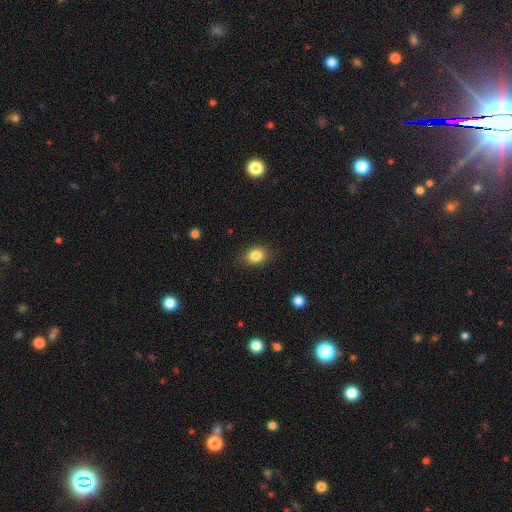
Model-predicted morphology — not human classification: A smooth galaxy with no disk features (84%) that is in between round and cigar-shaped (50%). Merging: none (84%).